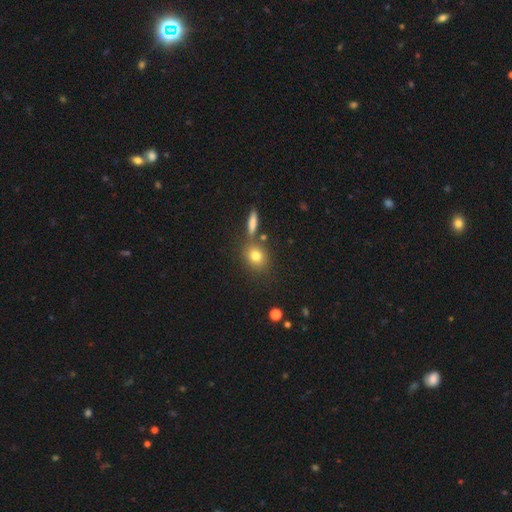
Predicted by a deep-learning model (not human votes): Overall: smooth (78%). How rounded: round (68%; in between 30%). Merging: none (71%).